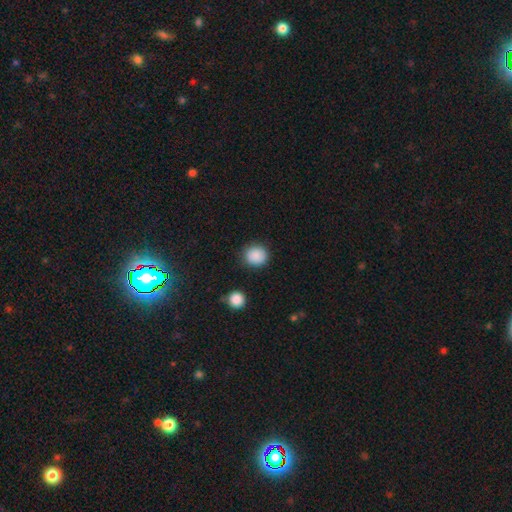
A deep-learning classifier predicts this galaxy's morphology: smooth_or_featured: smooth (p=0.88) [alt: star or artifact p=0.09]
how_rounded: round (p=0.85) [alt: in between p=0.14]
merging: none (p=0.87) [alt: minor disturbance p=0.09]